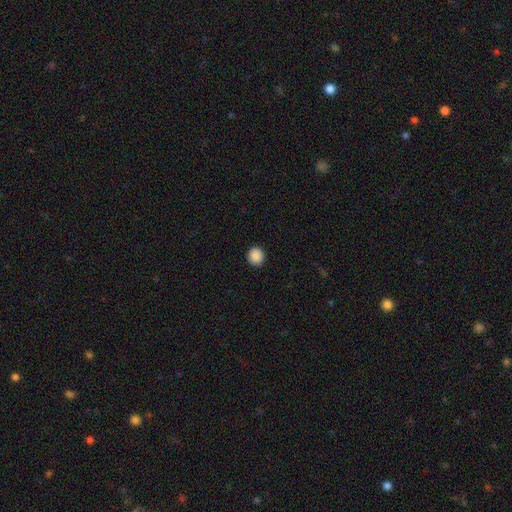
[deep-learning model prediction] A smooth galaxy with no disk features (89%) that is round (92%).

Vote fractions:
- Smooth or featured? smooth: 89% / star or artifact: 9% / featured or disk: 3%
- How rounded? round: 92% / in between: 7% / cigar-shaped: 1%
- Merging? none: 92% / minor disturbance: 5% / major disturbance: 2% / merger: 1%